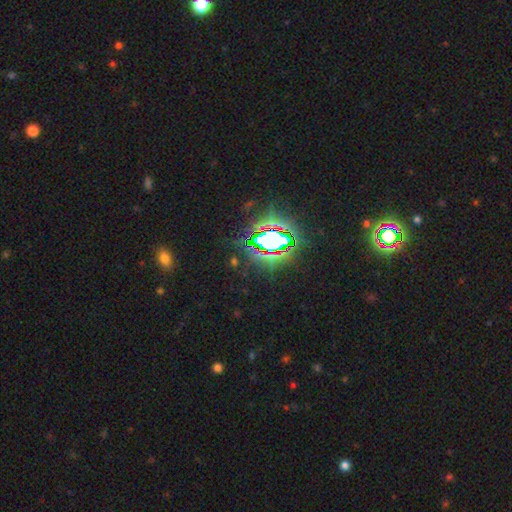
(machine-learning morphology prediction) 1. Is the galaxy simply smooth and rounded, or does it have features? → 81% star or artifact, 11% smooth, 8% featured or disk.